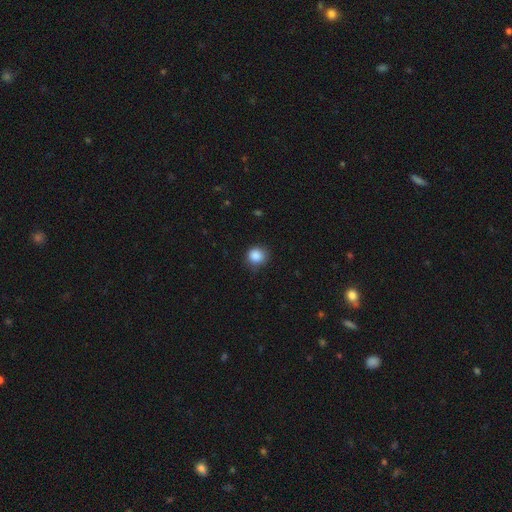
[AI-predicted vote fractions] The model was most divided on "merging": none: 77%, minor disturbance: 19%, major disturbance: 4%, merger: 1%. More confident: how rounded — round (90%); smooth or featured — smooth (87%).